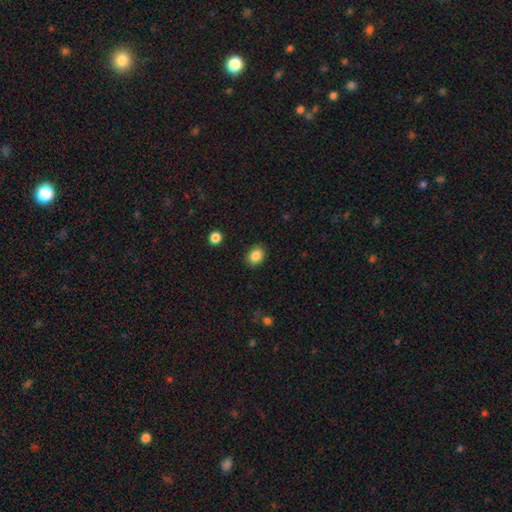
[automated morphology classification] Smooth or featured? Predicted: smooth (p=0.86). How rounded? Predicted: in between (p=0.54). Merging? Predicted: none (p=0.88).